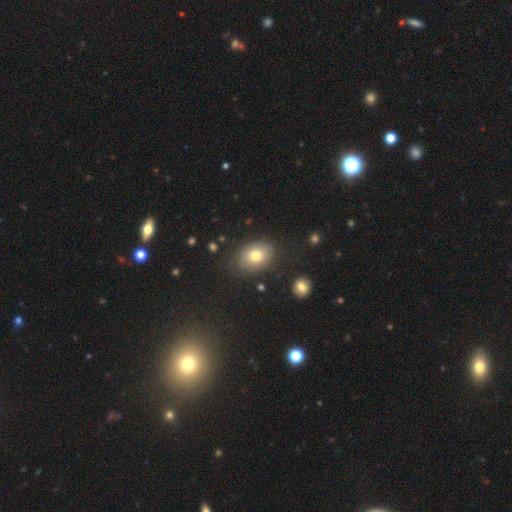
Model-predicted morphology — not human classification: A smooth galaxy with no disk features (75%) that is in between round and cigar-shaped (70%). Merging: none (80%).